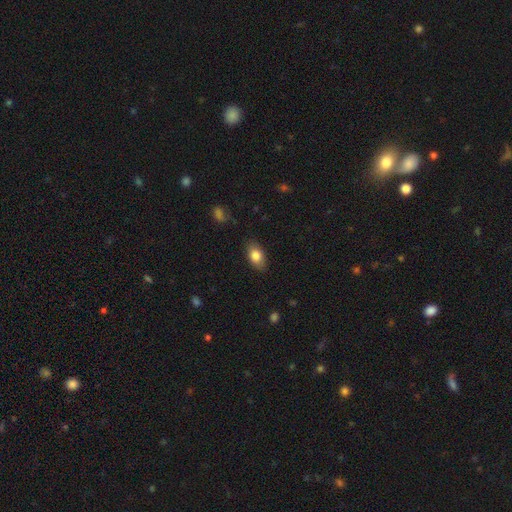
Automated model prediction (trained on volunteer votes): Morphology: type=smooth (81%); roundness=in between (89%); merging=none (83%).